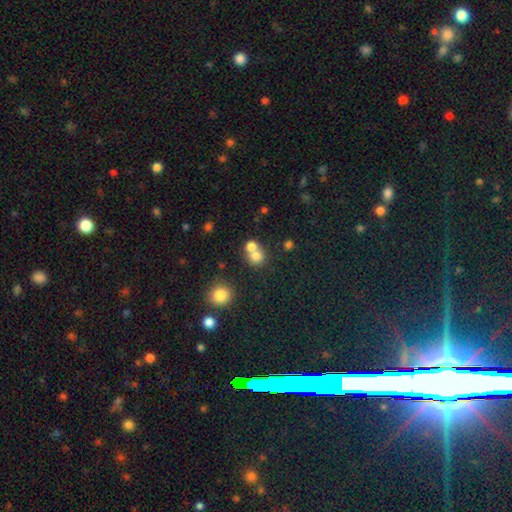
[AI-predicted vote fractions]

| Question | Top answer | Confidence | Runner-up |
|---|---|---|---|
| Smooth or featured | smooth | 73% | star or artifact (13%) |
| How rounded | round | 82% | in between (17%) |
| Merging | merger | 51% | none (40%) |